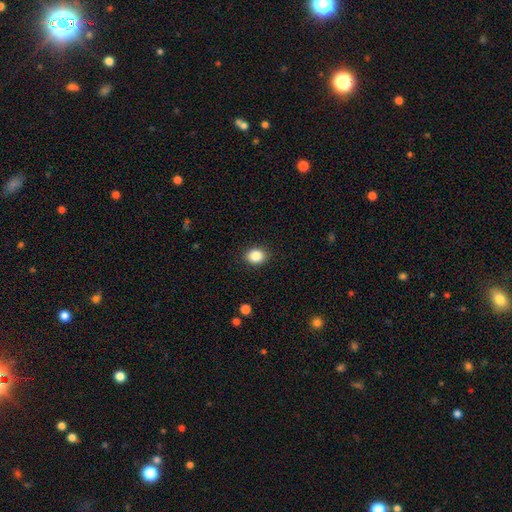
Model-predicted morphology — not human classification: Smooth or featured: smooth — 86% (star or artifact — 10%)
How rounded: round — 53% (in between — 46%)
Merging: none — 90% (minor disturbance — 7%)